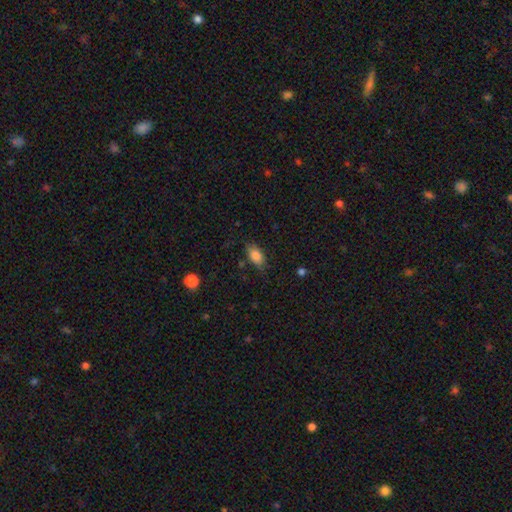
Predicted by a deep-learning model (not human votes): smooth_or_featured: smooth (p=0.82) [alt: featured or disk p=0.09]
how_rounded: in between (p=0.88) [alt: round p=0.06]
merging: none (p=0.73) [alt: minor disturbance p=0.21]